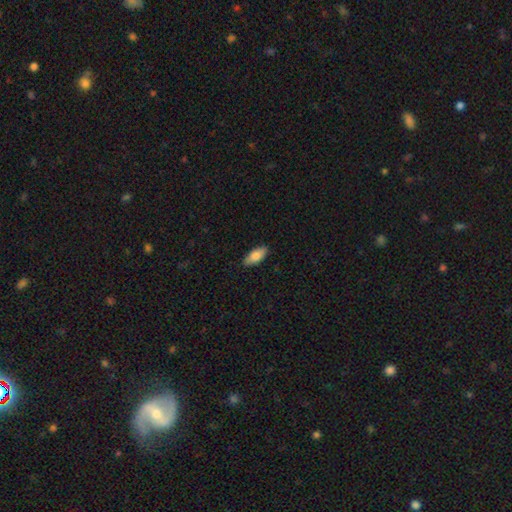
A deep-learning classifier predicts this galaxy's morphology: This is clearly a smooth galaxy (81%). How rounded: clearly in between (86%). Merging: clearly none (88%).